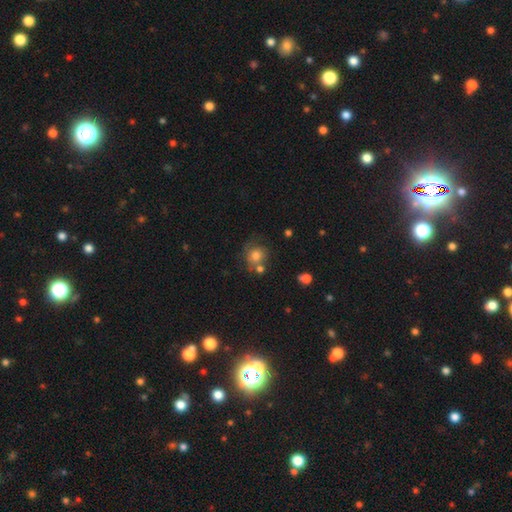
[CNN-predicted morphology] Smooth or featured? smooth (74%)
How rounded? round (80%)
Merging? none (55%)